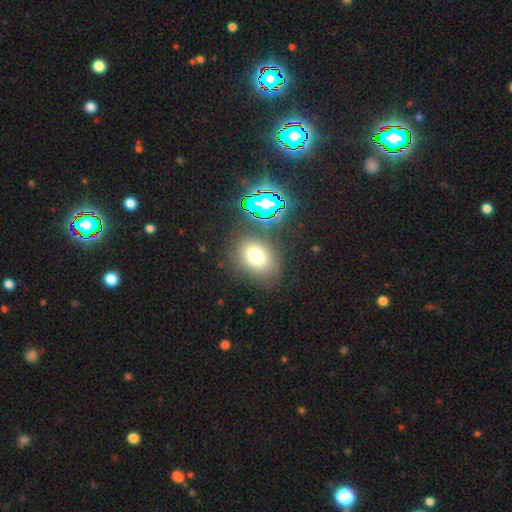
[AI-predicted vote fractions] A smooth galaxy with no disk features (68%) that is in between round and cigar-shaped (55%).

Vote fractions:
- Smooth or featured? smooth: 68% / star or artifact: 21% / featured or disk: 11%
- How rounded? in between: 55% / round: 44% / cigar-shaped: 1%
- Merging? none: 81% / minor disturbance: 10% / major disturbance: 4% / merger: 4%